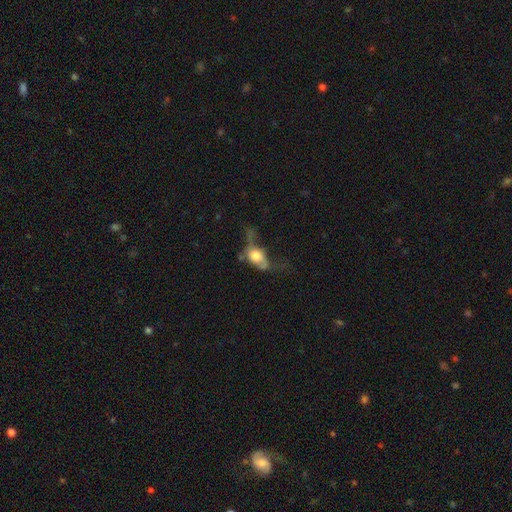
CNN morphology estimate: Smooth or featured: smooth — 57% (featured or disk — 34%)
How rounded: in between — 68% (round — 25%)
Merging: major disturbance — 49% (none — 21%)